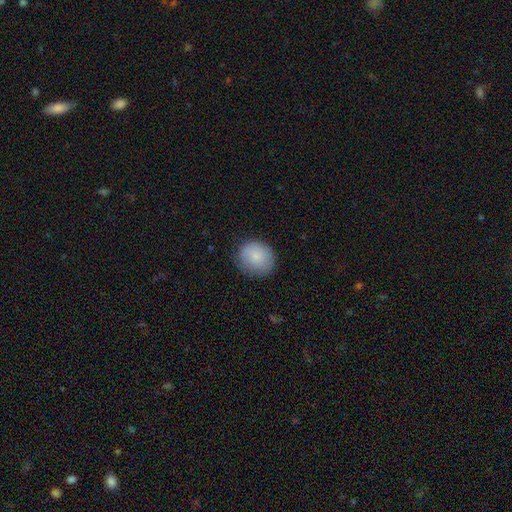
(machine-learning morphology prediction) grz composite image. It shows a smooth galaxy with no disk features (81%) that is round (78%). Merging: none (76%).